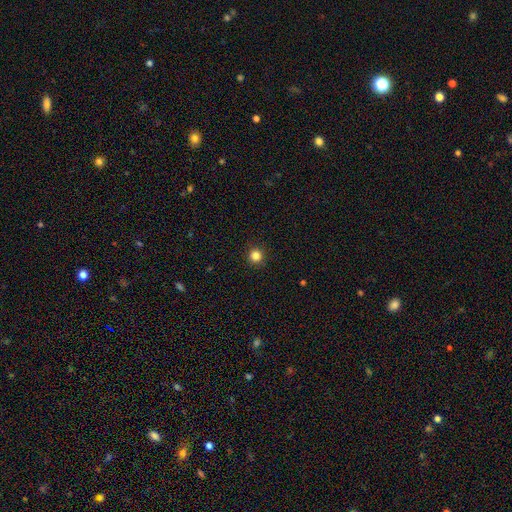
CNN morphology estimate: Smooth or featured?
  - smooth: 83% *
  - star or artifact: 13%
  - featured or disk: 4%
How rounded?
  - round: 95% *
  - in between: 4%
  - cigar-shaped: 1%
Merging?
  - none: 93% *
  - minor disturbance: 5%
  - major disturbance: 2%
  - merger: 1%